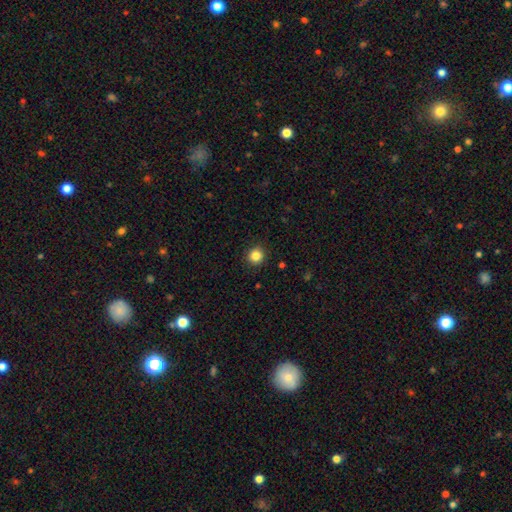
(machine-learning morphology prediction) The model was most divided on "smooth or featured": smooth: 85%, star or artifact: 11%, featured or disk: 4%. More confident: how rounded — round (94%); merging — none (92%).